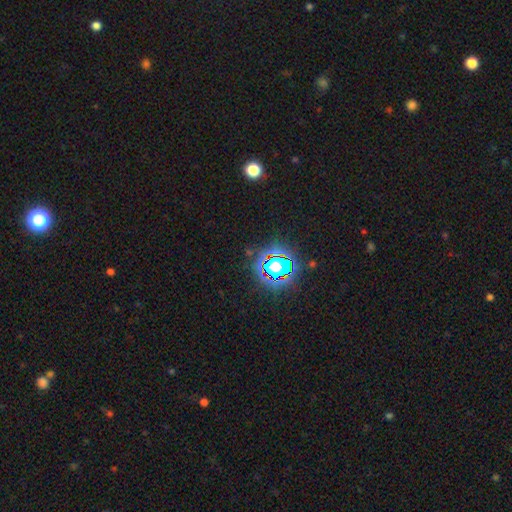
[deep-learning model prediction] smooth-or-featured: star or artifact: 81% | smooth: 12% | featured or disk: 7%